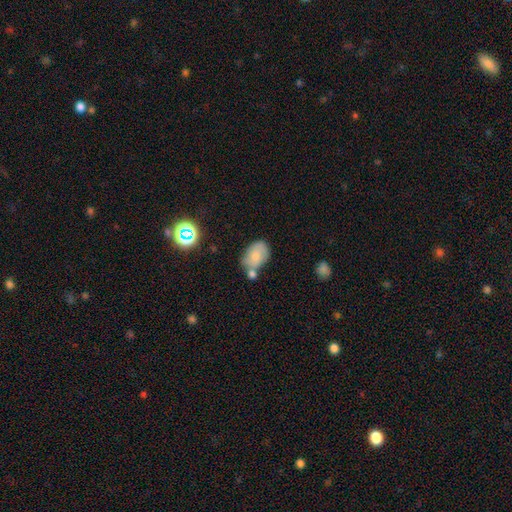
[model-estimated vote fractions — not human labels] Q: Smooth or featured?
A: smooth (70%); runner-up: featured or disk (20%)
Q: How rounded?
A: in between (82%); runner-up: round (16%)
Q: Merging?
A: none (42%); runner-up: merger (29%)